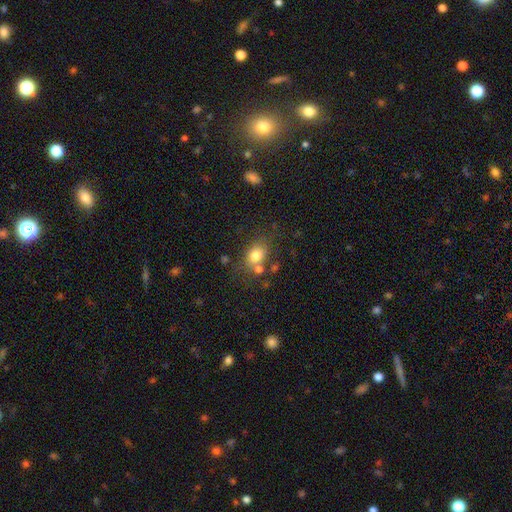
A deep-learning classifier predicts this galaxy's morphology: smooth_or_featured: smooth (p=0.78) [alt: star or artifact p=0.11]
how_rounded: in between (p=0.58) [alt: round p=0.41]
merging: none (p=0.60) [alt: merger p=0.17]